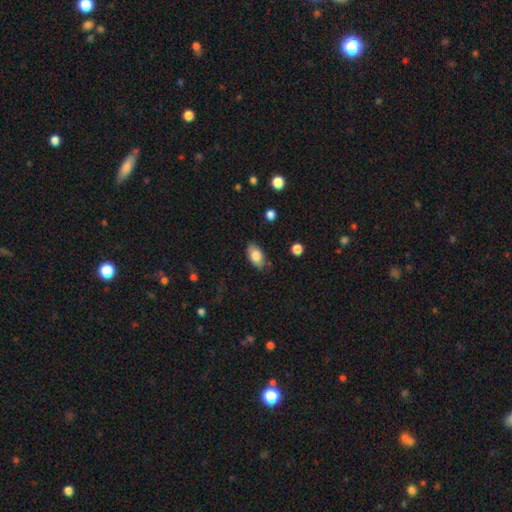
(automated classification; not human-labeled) This appears to be a smooth galaxy with no disk features (81%) that is in between round and cigar-shaped (92%). Merging: none (80%).